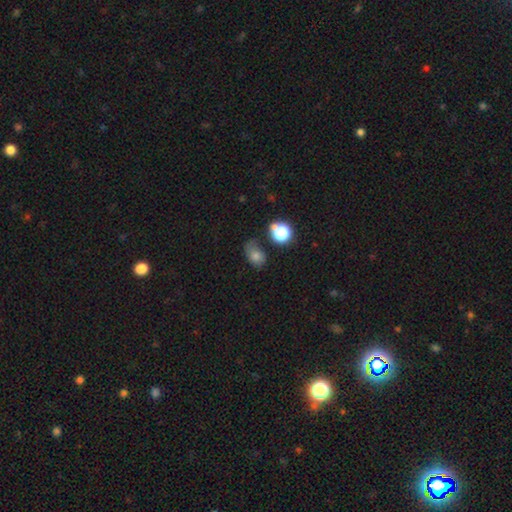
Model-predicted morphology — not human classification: Overall: smooth (70%). How rounded: in between (67%; round 31%). Merging: none (41%; minor disturbance 31%).